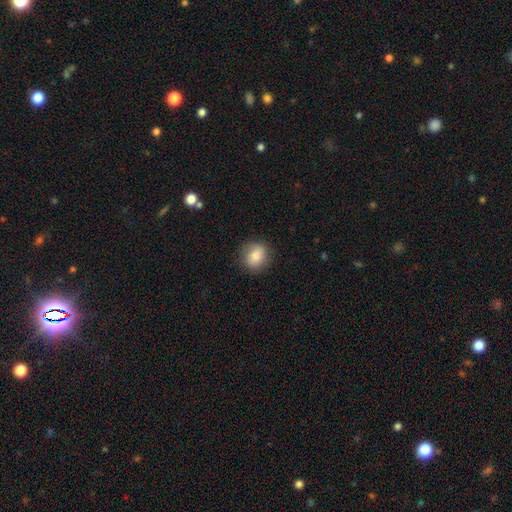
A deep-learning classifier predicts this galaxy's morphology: Smooth or featured?
  - smooth: 83% *
  - featured or disk: 9%
  - star or artifact: 8%
How rounded?
  - round: 78% *
  - in between: 20%
  - cigar-shaped: 1%
Merging?
  - none: 84% *
  - minor disturbance: 12%
  - major disturbance: 3%
  - merger: 1%